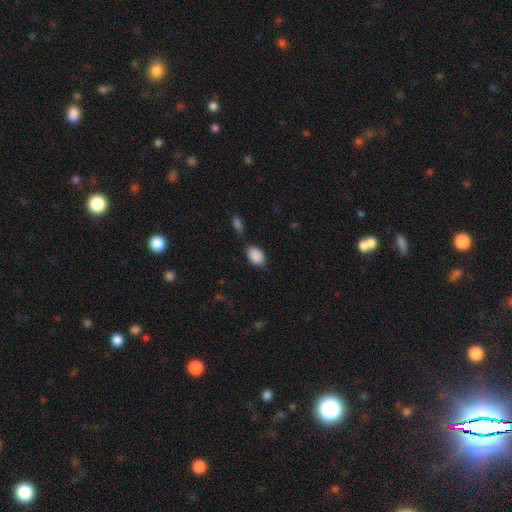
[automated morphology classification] smooth-or-featured: smooth: 89% | star or artifact: 7% | featured or disk: 4%
  how-rounded: in between: 85% | round: 14% | cigar-shaped: 1%
  merging: none: 70% | minor disturbance: 17% | merger: 7% | major disturbance: 5%